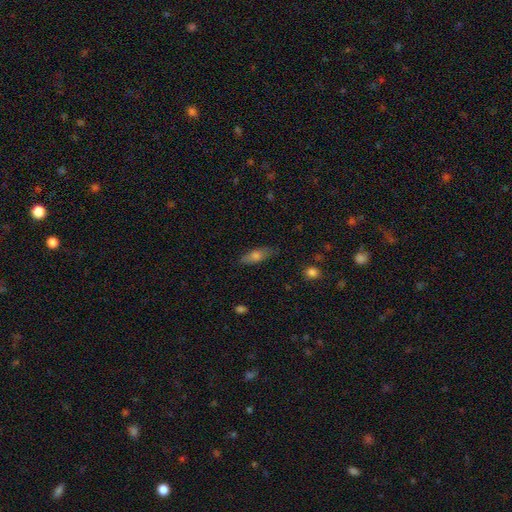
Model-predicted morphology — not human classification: This appears to be a smooth galaxy with no disk features (64%) that is in between round and cigar-shaped (53%). Merging: none (82%).